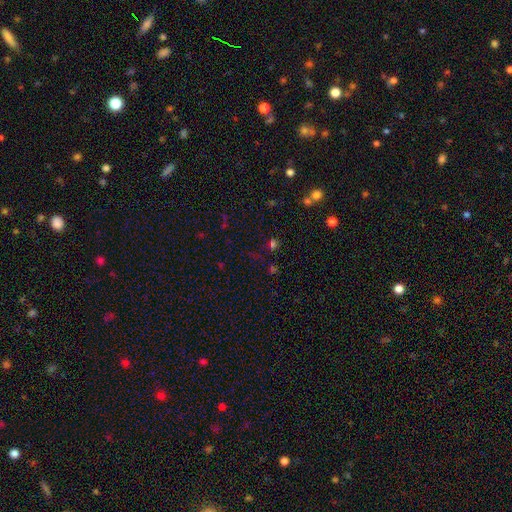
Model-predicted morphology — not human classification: Smooth or featured?
  - star or artifact: 54% *
  - smooth: 38%
  - featured or disk: 8%